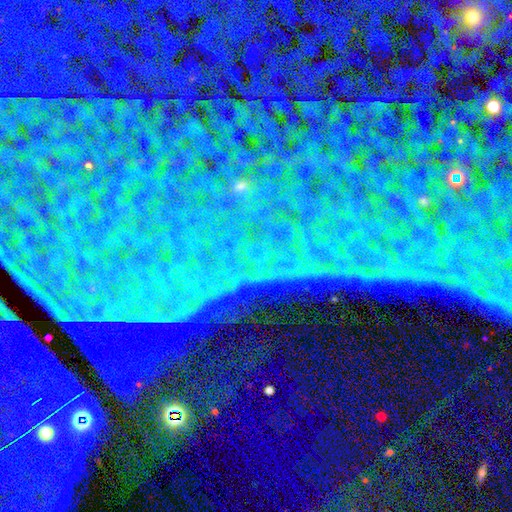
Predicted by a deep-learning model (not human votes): Smooth or featured: star or artifact — 85% (featured or disk — 8%)